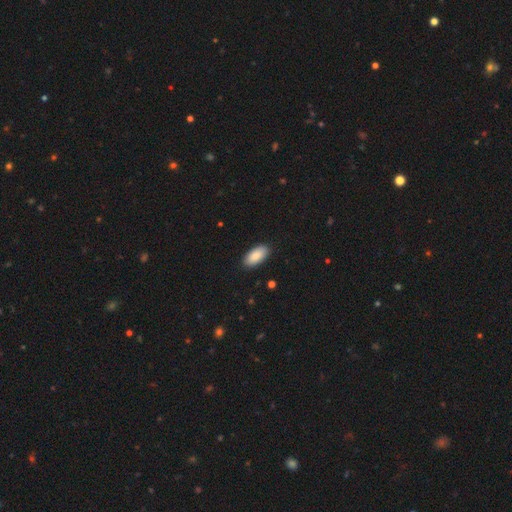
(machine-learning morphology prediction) Smooth or featured? Predicted: smooth (p=0.89). How rounded? Predicted: in between (p=0.94). Merging? Predicted: none (p=0.89).